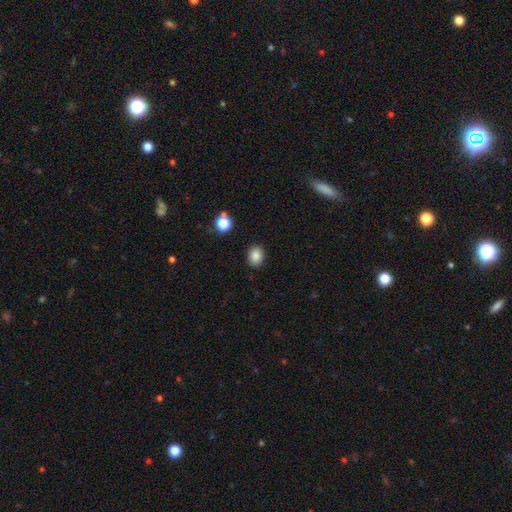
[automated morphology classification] smooth_or_featured: smooth (p=0.85) [alt: star or artifact p=0.10]
how_rounded: in between (p=0.54) [alt: round p=0.45]
merging: none (p=0.88) [alt: minor disturbance p=0.08]